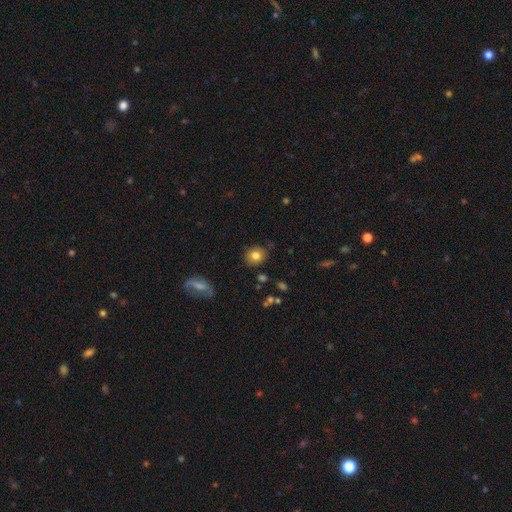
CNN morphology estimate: smooth_or_featured: smooth (p=0.80) [alt: star or artifact p=0.10]
how_rounded: round (p=0.73) [alt: in between p=0.26]
merging: none (p=0.83) [alt: minor disturbance p=0.12]